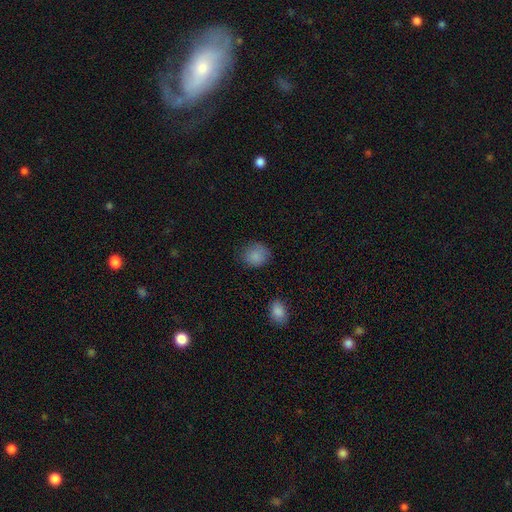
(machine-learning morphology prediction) Q: Smooth or featured?
A: smooth (86%); runner-up: star or artifact (9%)
Q: How rounded?
A: round (72%); runner-up: in between (27%)
Q: Merging?
A: none (77%); runner-up: minor disturbance (17%)